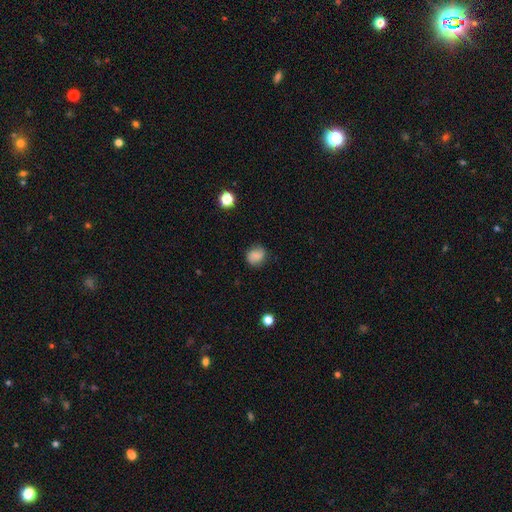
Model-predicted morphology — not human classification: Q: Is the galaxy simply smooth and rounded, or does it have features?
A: smooth — 80%.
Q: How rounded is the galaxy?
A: round — 70%.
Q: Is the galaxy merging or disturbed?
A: none — 76%.